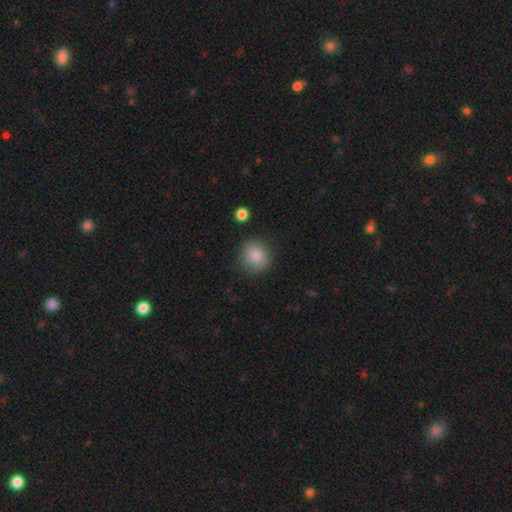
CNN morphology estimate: The model was most divided on "how rounded": round: 87%, in between: 12%, cigar-shaped: 1%. More confident: merging — none (85%); smooth or featured — smooth (84%).